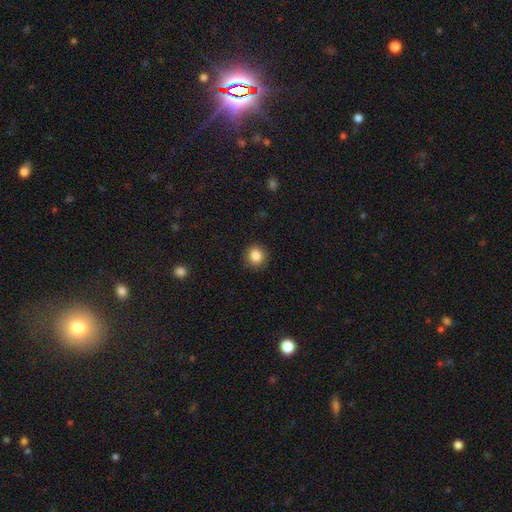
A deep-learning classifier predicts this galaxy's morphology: This is clearly a smooth galaxy (85%). How rounded: clearly round (89%). Merging: clearly none (90%).